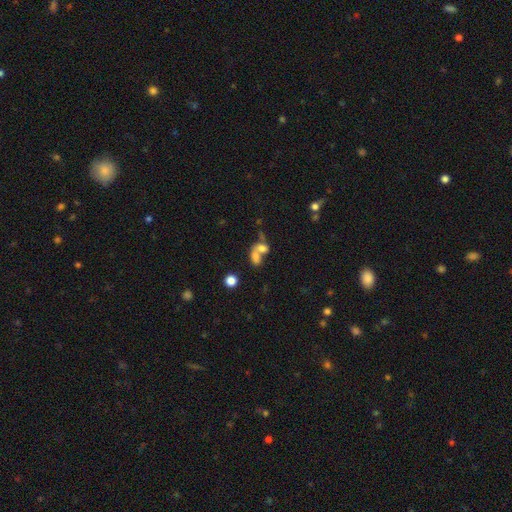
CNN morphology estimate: A smooth galaxy with no disk features (67%) that is in between round and cigar-shaped (73%).

Vote fractions:
- Smooth or featured? smooth: 67% / featured or disk: 20% / star or artifact: 13%
- How rounded? in between: 73% / round: 24% / cigar-shaped: 3%
- Merging? merger: 68% / none: 18% / major disturbance: 7% / minor disturbance: 7%